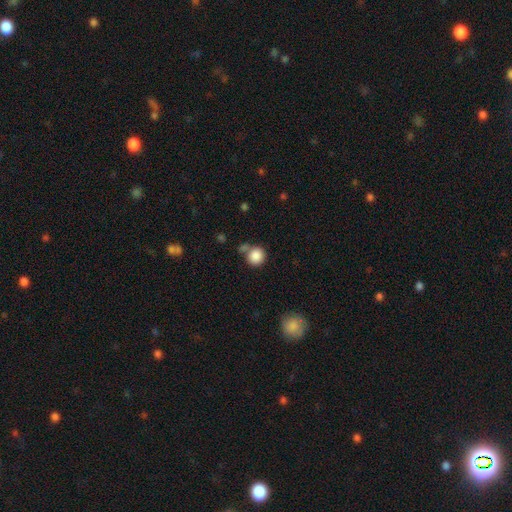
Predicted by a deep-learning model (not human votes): Smooth or featured? smooth (87%)
How rounded? round (91%)
Merging? none (63%)